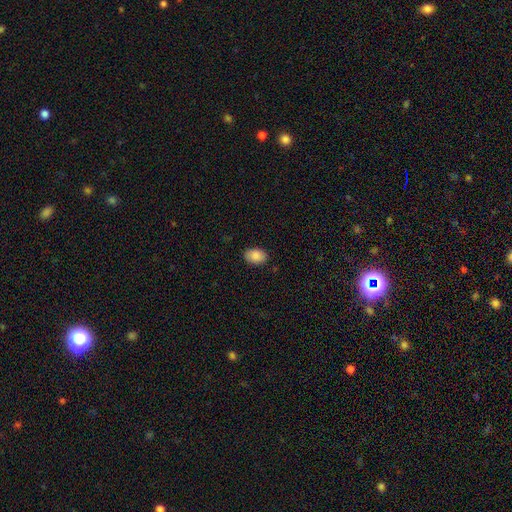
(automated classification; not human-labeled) Smooth or featured: smooth — 89% (star or artifact — 7%)
How rounded: in between — 86% (round — 13%)
Merging: none — 88% (minor disturbance — 9%)